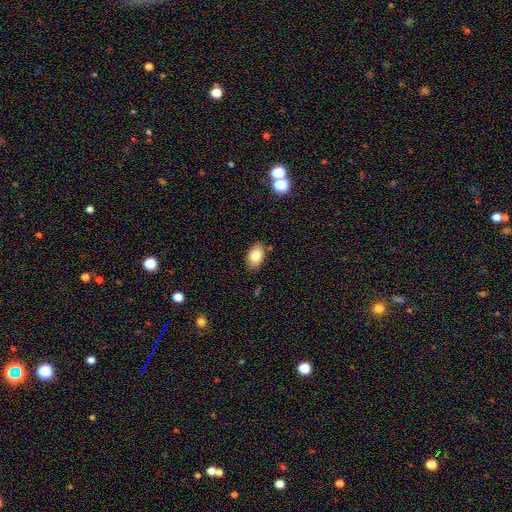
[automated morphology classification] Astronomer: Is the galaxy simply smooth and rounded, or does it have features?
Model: smooth — 82%.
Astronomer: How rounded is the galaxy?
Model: in between — 88%.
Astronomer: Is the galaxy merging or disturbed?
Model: none — 83%.